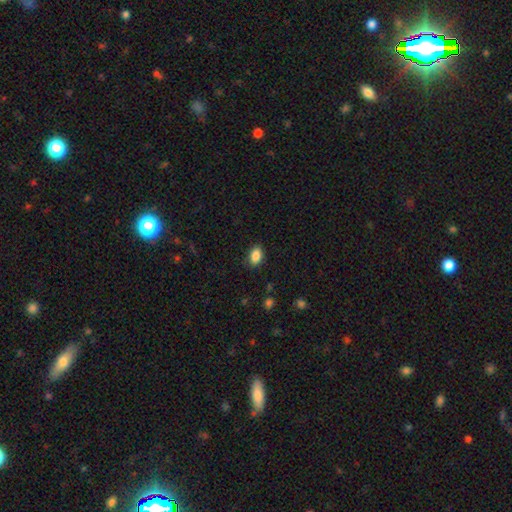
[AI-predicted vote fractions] smooth 87%, star or artifact 9%, featured or disk 4%. Down the decision tree: how rounded — in between (85%); merging — none (85%).